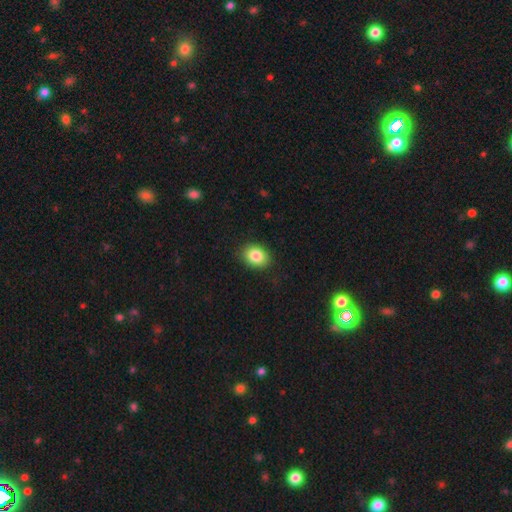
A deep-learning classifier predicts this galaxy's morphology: Smooth or featured? smooth (84%)
How rounded? in between (61%)
Merging? none (88%)